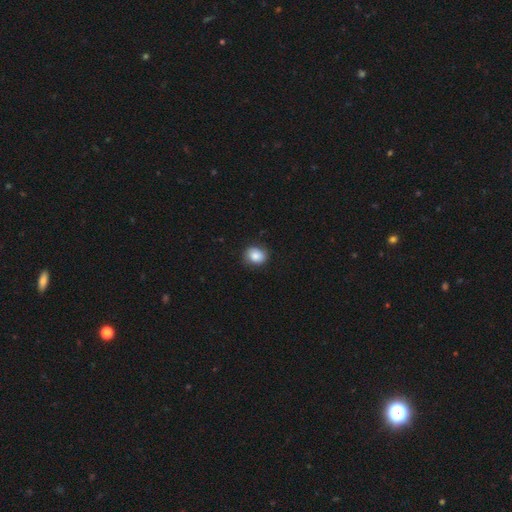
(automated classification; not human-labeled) A smooth galaxy with no disk features (86%) that is round (63%).

Vote fractions:
- Smooth or featured? smooth: 86% / star or artifact: 8% / featured or disk: 6%
- How rounded? round: 63% / in between: 36% / cigar-shaped: 1%
- Merging? none: 82% / minor disturbance: 14% / major disturbance: 3% / merger: 1%